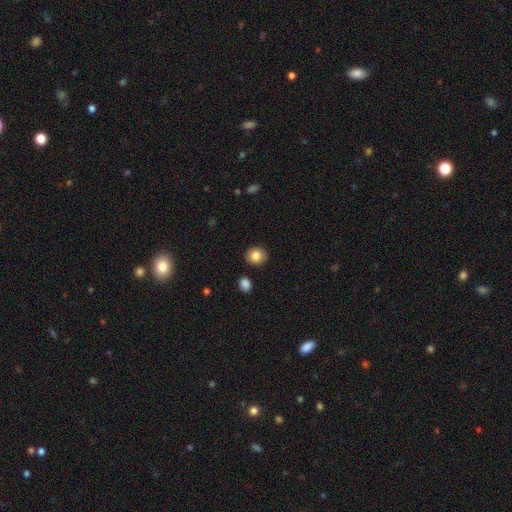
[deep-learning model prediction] The model was most divided on "how rounded": round: 82%, in between: 17%, cigar-shaped: 1%. More confident: merging — none (90%); smooth or featured — smooth (84%).